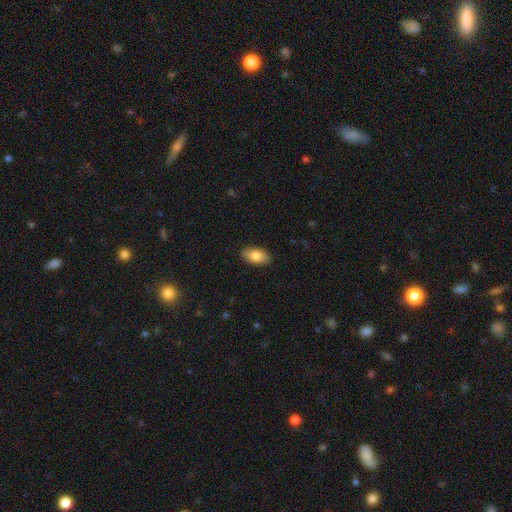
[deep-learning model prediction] Smooth or featured?
  - smooth: 84% *
  - featured or disk: 10%
  - star or artifact: 7%
How rounded?
  - in between: 93% *
  - round: 4%
  - cigar-shaped: 2%
Merging?
  - none: 89% *
  - minor disturbance: 8%
  - major disturbance: 2%
  - merger: 1%